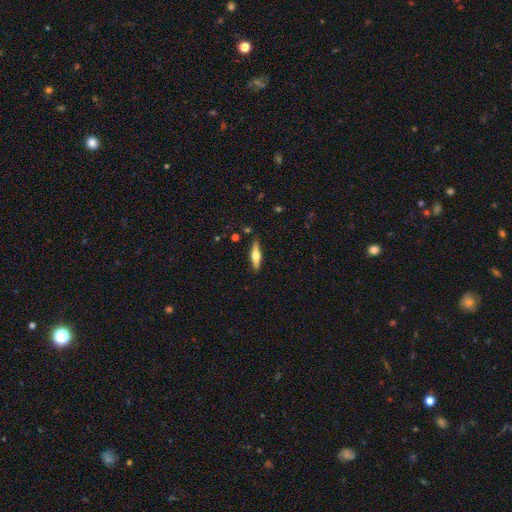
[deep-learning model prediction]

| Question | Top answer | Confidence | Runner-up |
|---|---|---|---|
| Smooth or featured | featured or disk | 51% | smooth (43%) |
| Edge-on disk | yes | 94% | no (6%) |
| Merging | none | 87% | minor disturbance (9%) |